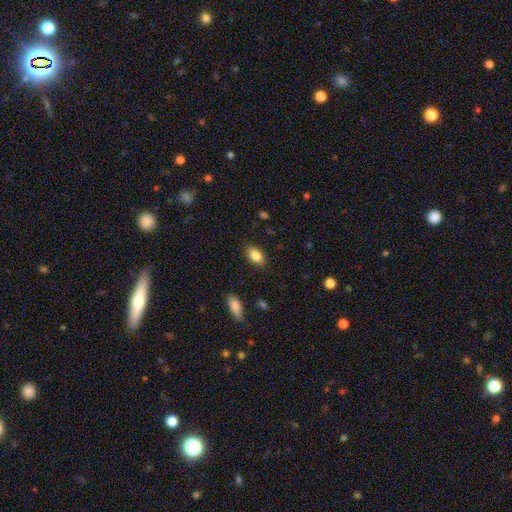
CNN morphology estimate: Smooth or featured? smooth (83%)
How rounded? in between (88%)
Merging? none (85%)